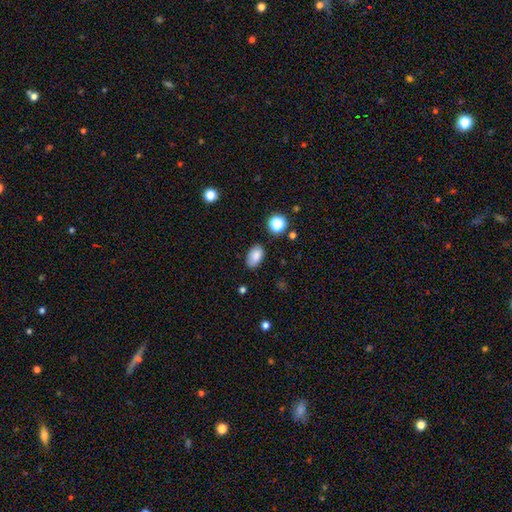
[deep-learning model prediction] smooth 85%, star or artifact 9%, featured or disk 5%. Down the decision tree: how rounded — in between (92%); merging — none (82%).